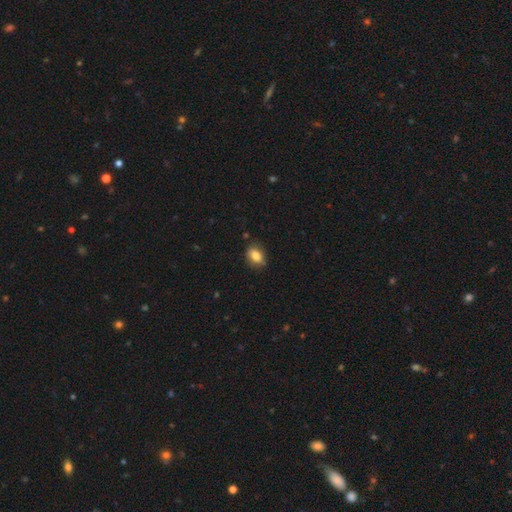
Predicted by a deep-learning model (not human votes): Q: Smooth or featured?
A: smooth (82%); runner-up: featured or disk (10%)
Q: How rounded?
A: in between (81%); runner-up: round (17%)
Q: Merging?
A: none (76%); runner-up: minor disturbance (18%)